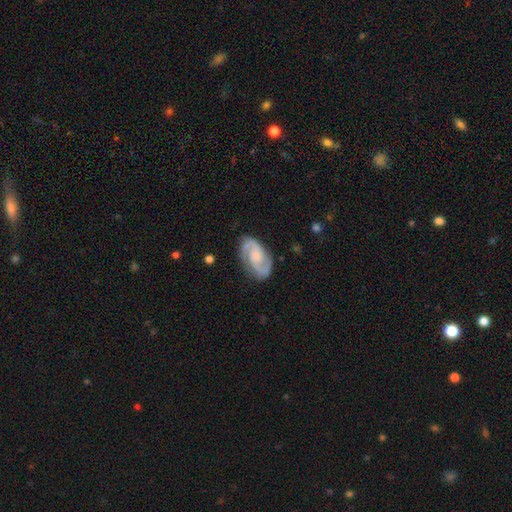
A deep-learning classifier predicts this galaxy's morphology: Smooth or featured?
  - featured or disk: 87% *
  - smooth: 8%
  - star or artifact: 5%
Edge-on disk?
  - no: 97% *
  - yes: 3%
Bar?
  - no: 53% *
  - weak: 38%
  - strong: 9%
Spiral arms?
  - yes: 97% *
  - no: 3%
Spiral winding?
  - medium: 54% *
  - tight: 30%
  - loose: 16%
Spiral arm count?
  - 2: 92% *
  - can't tell: 3%
  - 3: 2%
  - 1: 1%
  - 4: 1%
  - more than 4: 1%
Bulge size?
  - none: 36% *
  - small: 26%
  - moderate: 26%
  - large: 10%
  - dominant: 2%
Merging?
  - none: 81% *
  - minor disturbance: 14%
  - major disturbance: 4%
  - merger: 1%